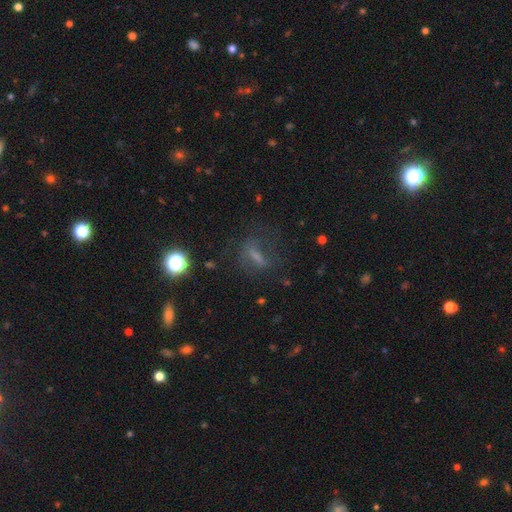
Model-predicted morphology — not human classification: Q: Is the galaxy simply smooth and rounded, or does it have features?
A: smooth — 43%.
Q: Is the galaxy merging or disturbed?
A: none — 62%.